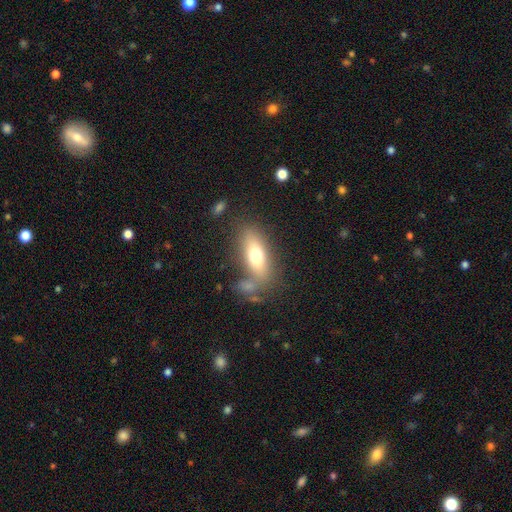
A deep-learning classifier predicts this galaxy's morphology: Smooth or featured? Predicted: smooth (p=0.68). How rounded? Predicted: in between (p=0.74). Merging? Predicted: none (p=0.64).